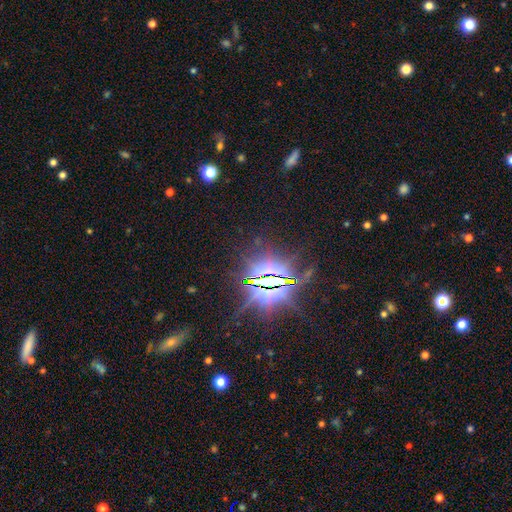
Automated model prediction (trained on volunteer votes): The model was most divided on "smooth or featured": star or artifact: 86%, smooth: 7%, featured or disk: 7%.